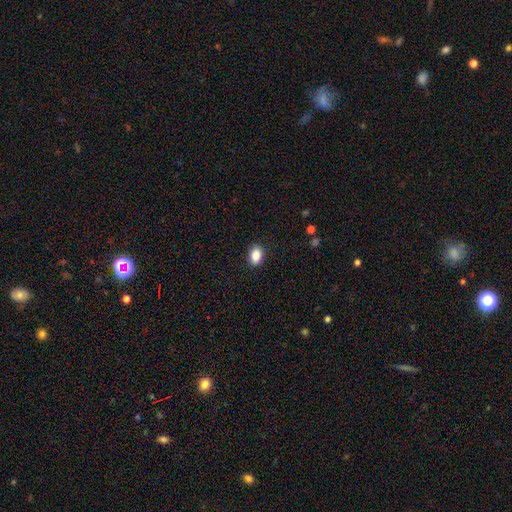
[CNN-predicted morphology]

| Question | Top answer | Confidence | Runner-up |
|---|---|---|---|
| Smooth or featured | smooth | 87% | star or artifact (8%) |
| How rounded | in between | 81% | round (18%) |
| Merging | none | 89% | minor disturbance (8%) |